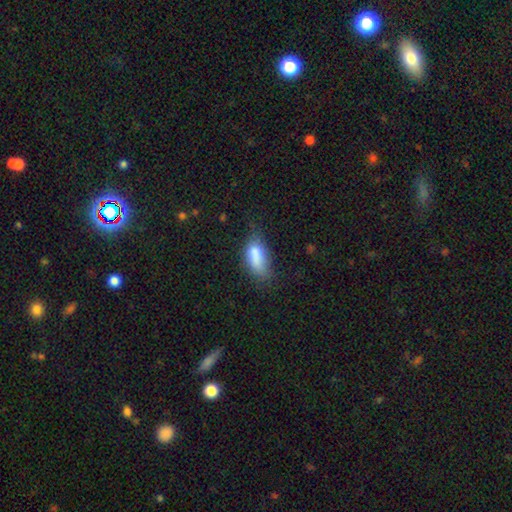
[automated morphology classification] A smooth galaxy with no disk features (81%) that is in between round and cigar-shaped (86%).

Vote fractions:
- Smooth or featured? smooth: 81% / featured or disk: 10% / star or artifact: 8%
- How rounded? in between: 86% / cigar-shaped: 11% / round: 3%
- Merging? none: 52% / minor disturbance: 32% / major disturbance: 13% / merger: 3%